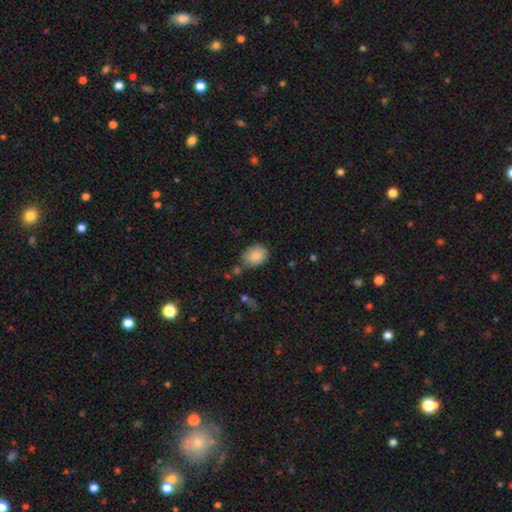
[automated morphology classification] Smooth or featured?
  - smooth: 85% *
  - star or artifact: 8%
  - featured or disk: 8%
How rounded?
  - in between: 66% *
  - round: 33%
  - cigar-shaped: 1%
Merging?
  - none: 72% *
  - minor disturbance: 18%
  - merger: 5%
  - major disturbance: 4%